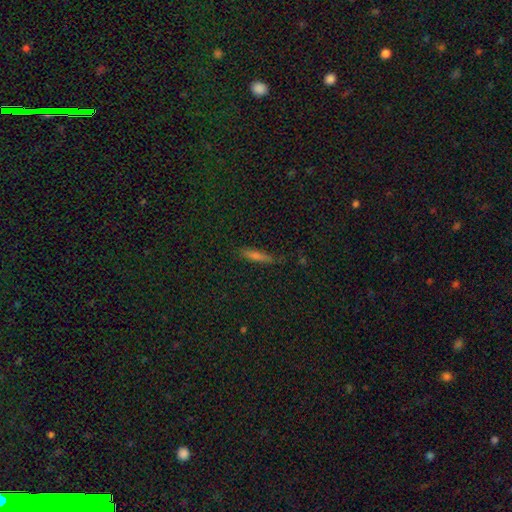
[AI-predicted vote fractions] Q: Smooth or featured?
A: smooth (59%); runner-up: featured or disk (27%)
Q: How rounded?
A: cigar-shaped (84%); runner-up: in between (13%)
Q: Merging?
A: none (82%); runner-up: minor disturbance (14%)